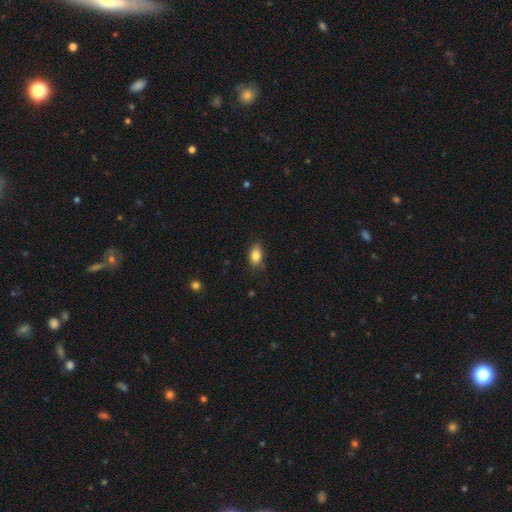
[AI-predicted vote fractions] Smooth or featured? Predicted: smooth (p=0.84). How rounded? Predicted: in between (p=0.85). Merging? Predicted: none (p=0.79).